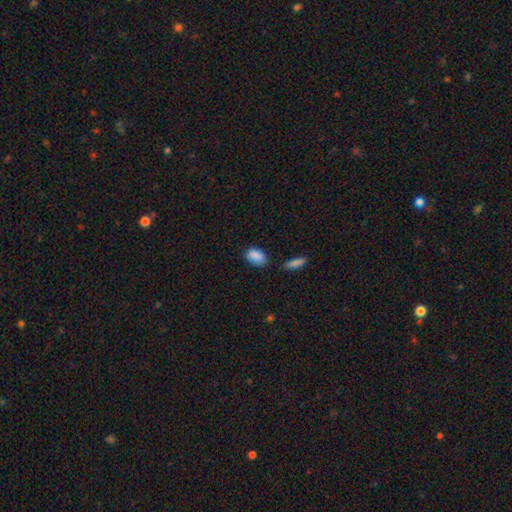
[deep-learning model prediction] Overall: smooth (87%). How rounded: in between (89%). Merging: none (63%; minor disturbance 25%).